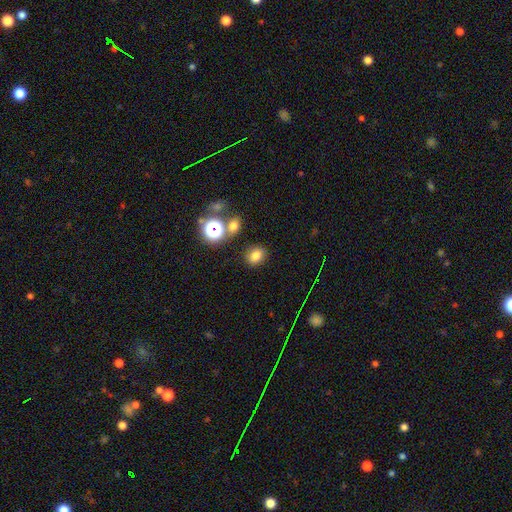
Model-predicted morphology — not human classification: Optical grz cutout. It shows a smooth galaxy with no disk features (77%) that is round (57%). Merging: none (84%).